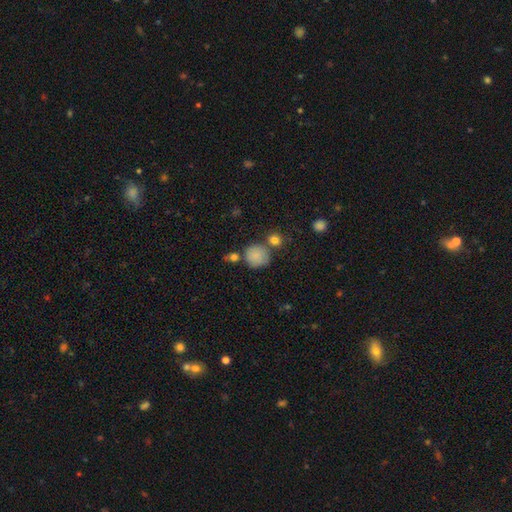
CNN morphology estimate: smooth 83%, star or artifact 10%, featured or disk 8%. Down the decision tree: how rounded — round (87%); merging — none (61%).